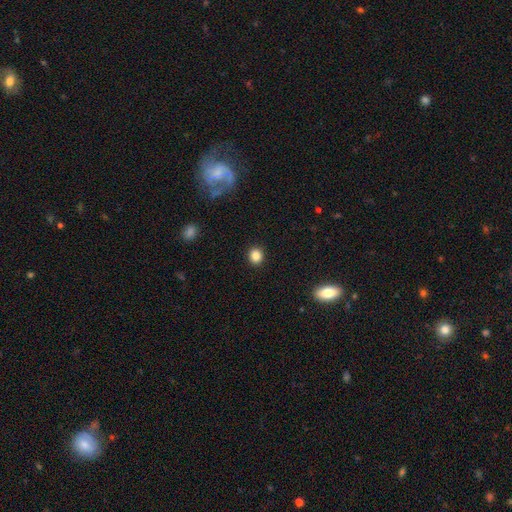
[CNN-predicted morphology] The model was most divided on "how rounded": round: 81%, in between: 18%, cigar-shaped: 1%. More confident: merging — none (91%); smooth or featured — smooth (86%).